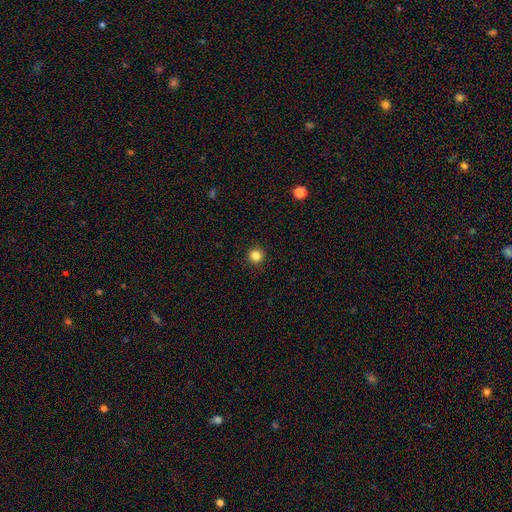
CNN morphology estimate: smooth-or-featured: smooth: 84% | star or artifact: 12% | featured or disk: 4%
  how-rounded: round: 96% | in between: 3% | cigar-shaped: 1%
  merging: none: 93% | minor disturbance: 4% | major disturbance: 2% | merger: 1%